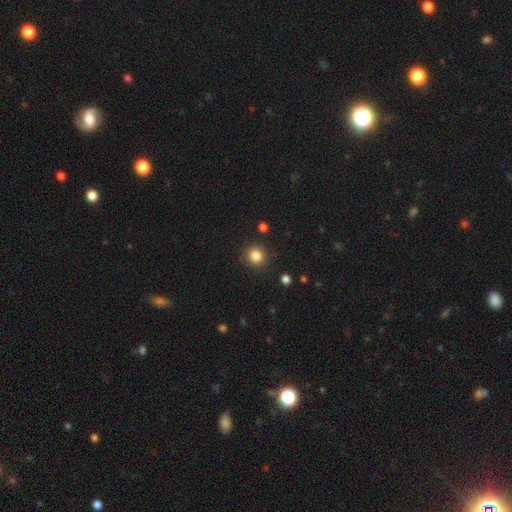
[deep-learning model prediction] Smooth or featured?
  - smooth: 84% *
  - star or artifact: 12%
  - featured or disk: 4%
How rounded?
  - round: 91% *
  - in between: 9%
  - cigar-shaped: 1%
Merging?
  - none: 90% *
  - minor disturbance: 6%
  - major disturbance: 2%
  - merger: 2%